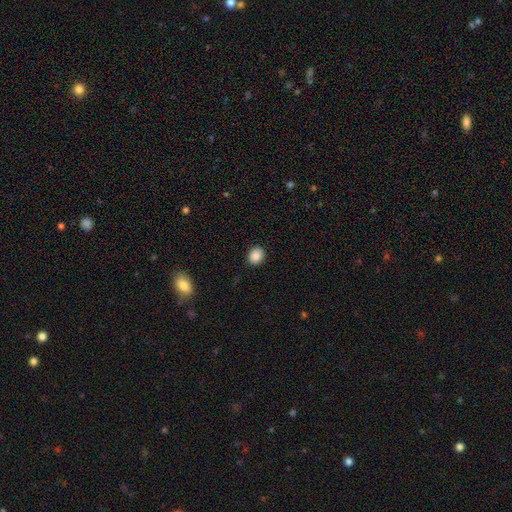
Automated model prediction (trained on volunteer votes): smooth-or-featured: smooth: 88% | star or artifact: 9% | featured or disk: 3%
  how-rounded: round: 72% | in between: 27% | cigar-shaped: 1%
  merging: none: 90% | minor disturbance: 7% | major disturbance: 2% | merger: 1%